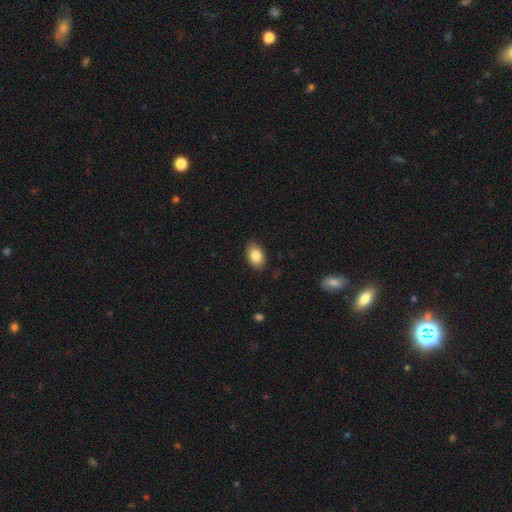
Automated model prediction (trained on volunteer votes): This is clearly a smooth galaxy (84%). How rounded: clearly in between (87%). Merging: clearly none (88%).